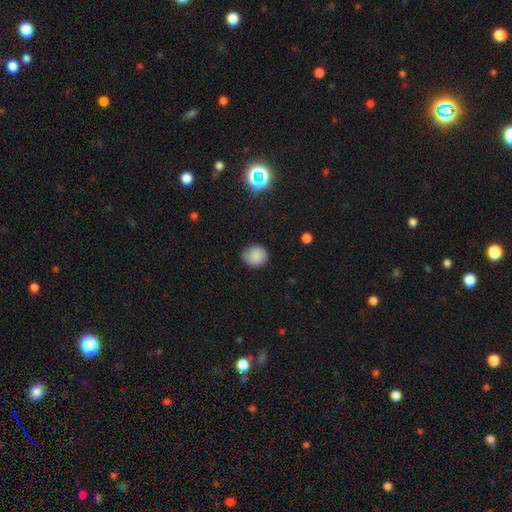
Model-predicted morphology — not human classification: A smooth galaxy with no disk features (85%) that is round (81%). Merging: none (79%).